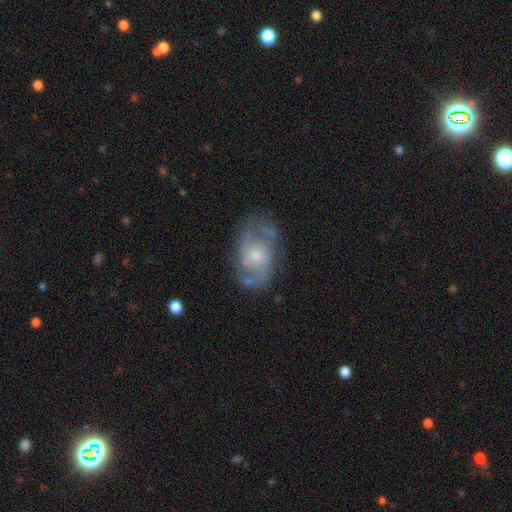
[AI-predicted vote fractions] smooth_or_featured: featured or disk (p=0.77) [alt: smooth p=0.17]
disk_edge_on: no (p=0.96) [alt: yes p=0.04]
bar: no (p=0.69) [alt: weak p=0.28]
has_spiral_arms: yes (p=0.89) [alt: no p=0.11]
spiral_winding: medium (p=0.50) [alt: tight p=0.29]
spiral_arm_count: 2 (p=0.70) [alt: can't tell p=0.16]
bulge_size: small (p=0.45) [tied with: moderate p=0.45]
merging: none (p=0.67) [alt: minor disturbance p=0.21]